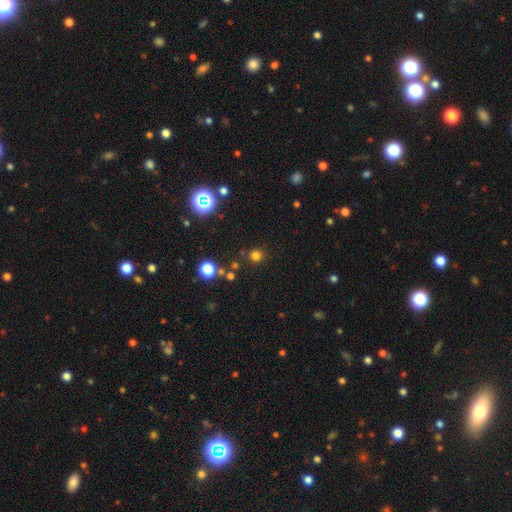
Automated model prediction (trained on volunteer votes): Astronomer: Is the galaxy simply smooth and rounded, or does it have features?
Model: smooth — 73%.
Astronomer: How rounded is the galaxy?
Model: round — 91%.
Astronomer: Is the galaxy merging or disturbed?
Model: none — 84%.